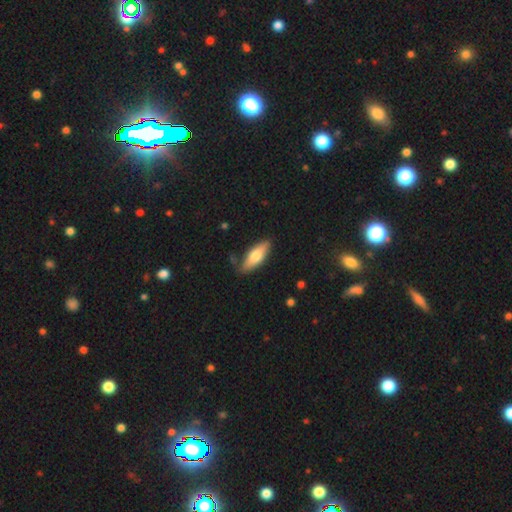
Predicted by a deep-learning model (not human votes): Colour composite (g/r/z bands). It shows a smooth galaxy with no disk features (65%) that is in between round and cigar-shaped (62%). Merging: none (80%).